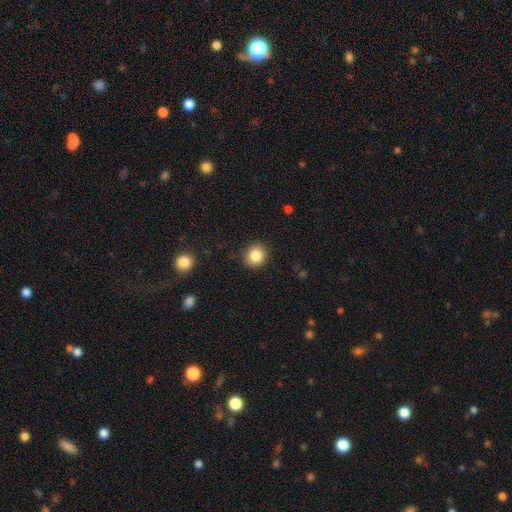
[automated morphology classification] smooth 85%, star or artifact 10%, featured or disk 6%. Down the decision tree: how rounded — round (86%); merging — none (89%).